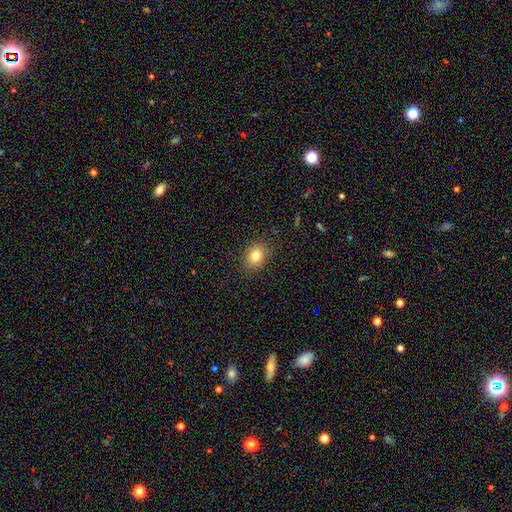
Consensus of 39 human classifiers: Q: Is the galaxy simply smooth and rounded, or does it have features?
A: smooth — 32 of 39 (82%).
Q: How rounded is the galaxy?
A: in between — 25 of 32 (78%).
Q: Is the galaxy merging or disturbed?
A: none — 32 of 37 (86%).